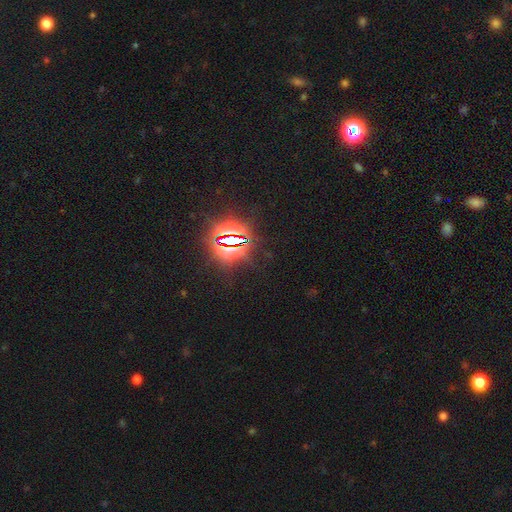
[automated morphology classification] A star or artifact, not a galaxy (81%).